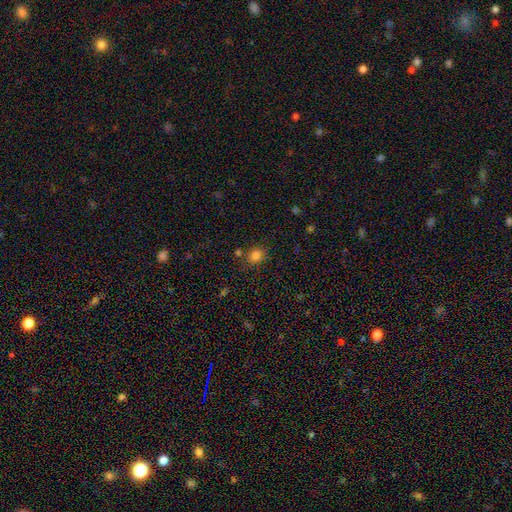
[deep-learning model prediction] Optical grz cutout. It shows a smooth galaxy with no disk features (81%) that is round (65%). Merging: none (78%).